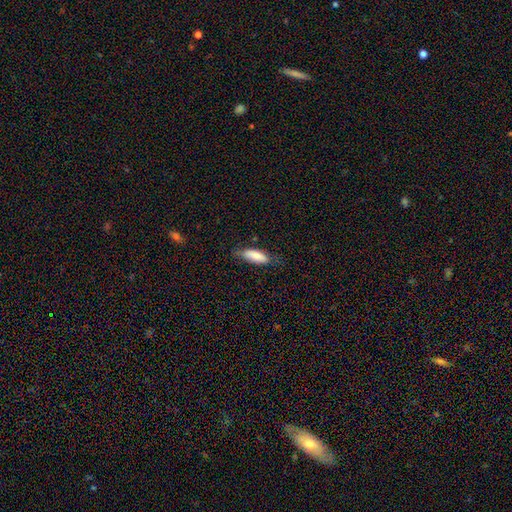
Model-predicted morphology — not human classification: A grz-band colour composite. It shows a smooth galaxy with no disk features (83%) that is in between round and cigar-shaped (70%). Merging: none (68%).